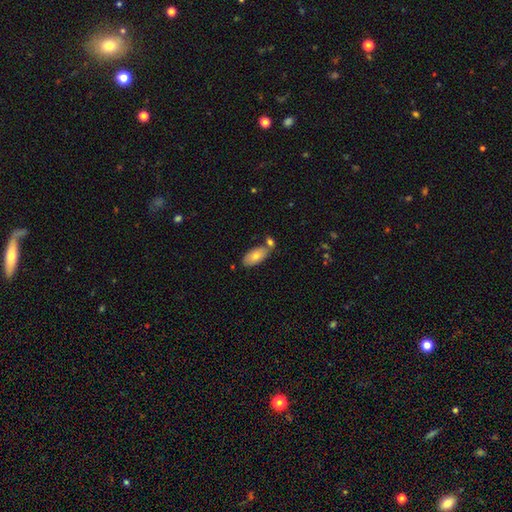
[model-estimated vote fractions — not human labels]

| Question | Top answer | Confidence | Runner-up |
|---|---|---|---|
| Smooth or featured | smooth | 73% | featured or disk (20%) |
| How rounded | in between | 92% | cigar-shaped (6%) |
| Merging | none | 61% | merger (21%) |